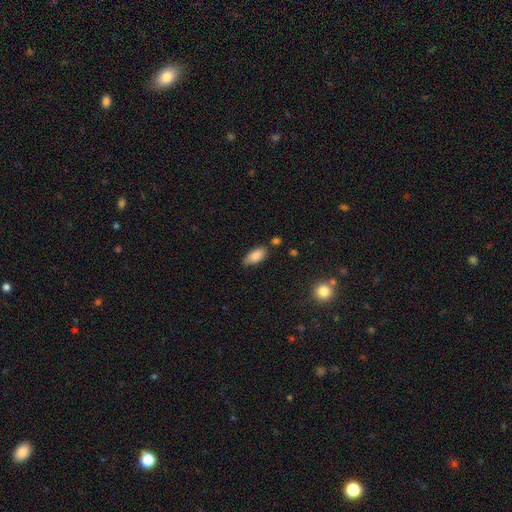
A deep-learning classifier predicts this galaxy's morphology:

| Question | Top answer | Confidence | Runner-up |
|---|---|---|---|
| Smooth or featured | smooth | 86% | featured or disk (7%) |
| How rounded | in between | 88% | cigar-shaped (9%) |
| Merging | none | 71% | minor disturbance (20%) |